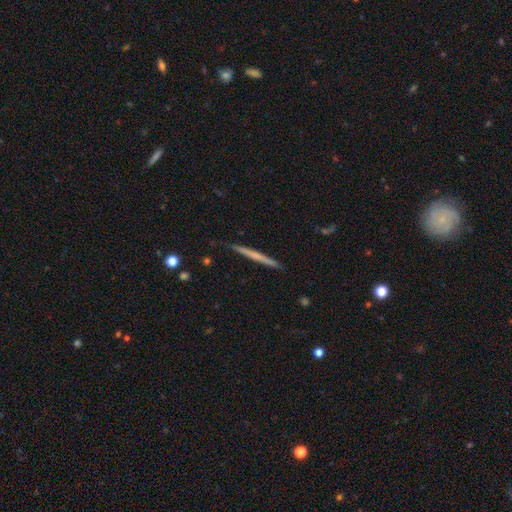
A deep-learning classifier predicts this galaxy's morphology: Smooth or featured: featured or disk — 50% (smooth — 44%)
Edge-on disk: yes — 97% (no — 3%)
Merging: none — 87% (minor disturbance — 10%)